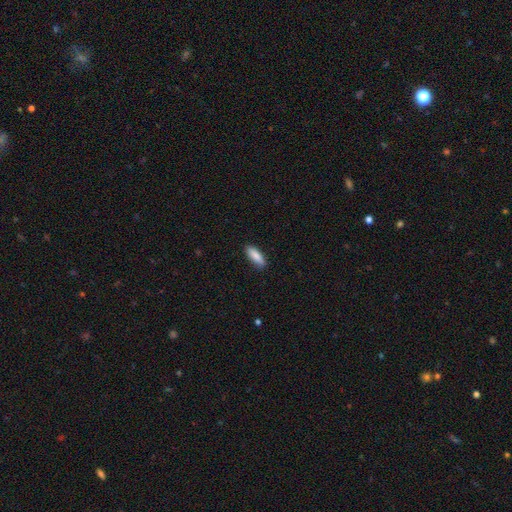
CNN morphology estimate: smooth_or_featured: smooth (p=0.88) [alt: featured or disk p=0.07]
how_rounded: in between (p=0.54) [alt: cigar-shaped p=0.45]
merging: none (p=0.87) [alt: minor disturbance p=0.10]